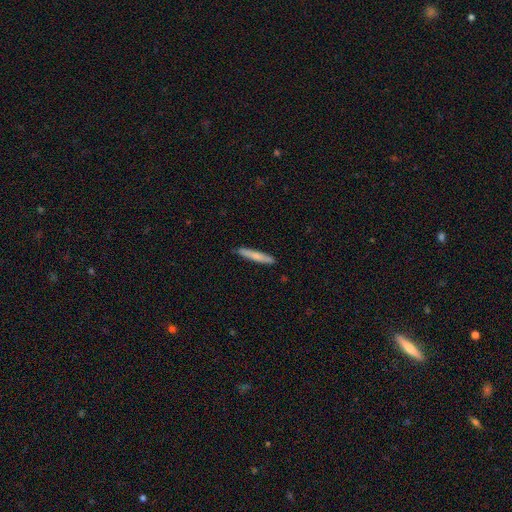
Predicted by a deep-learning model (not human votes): The model was most divided on "smooth or featured": smooth: 72%, featured or disk: 23%, star or artifact: 5%. More confident: how rounded — cigar-shaped (94%); merging — none (89%).